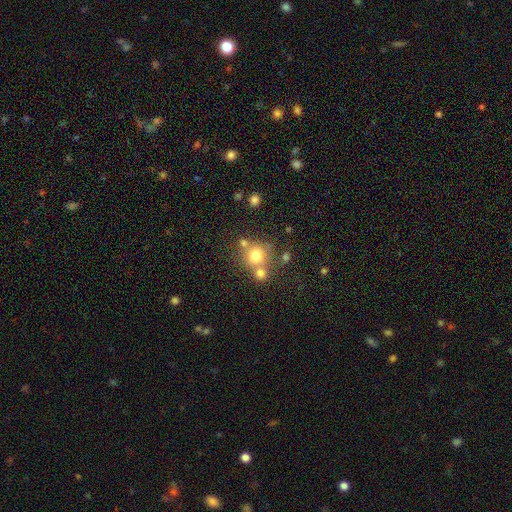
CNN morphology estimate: The model was most divided on "merging": none: 54%, merger: 32%, minor disturbance: 9%, major disturbance: 4%. More confident: how rounded — round (88%); smooth or featured — smooth (73%).